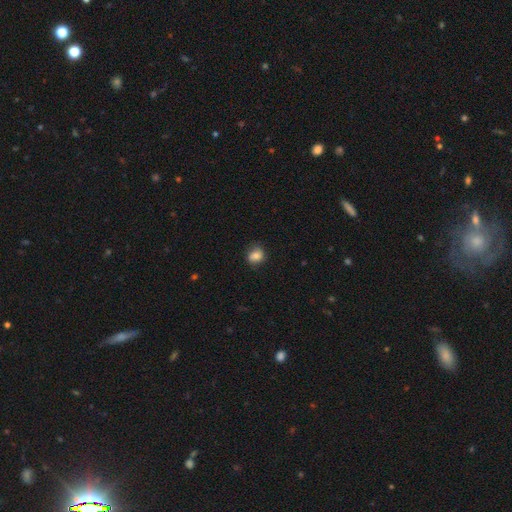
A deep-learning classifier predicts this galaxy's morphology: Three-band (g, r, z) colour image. It shows a smooth galaxy with no disk features (80%) that is round (60%). Merging: none (73%).